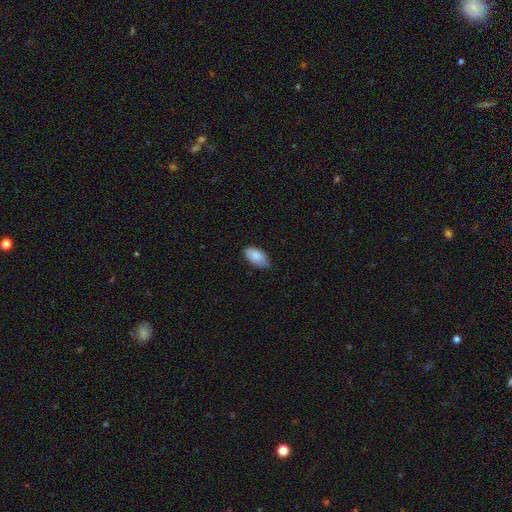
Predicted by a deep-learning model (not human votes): This appears to be a smooth galaxy with no disk features (87%) that is in between round and cigar-shaped (95%). Merging: none (73%).